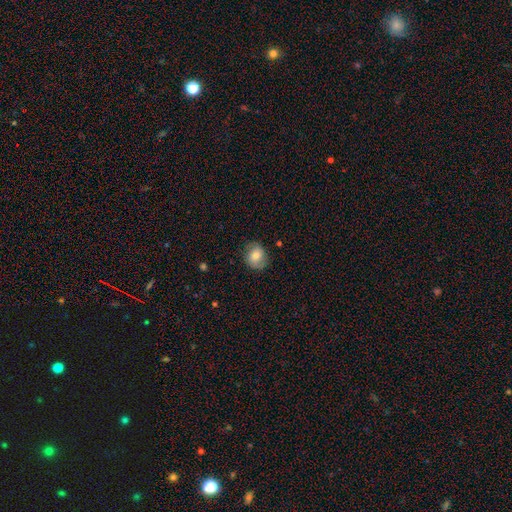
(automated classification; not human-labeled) Overall: smooth (66%). How rounded: round (68%; in between 31%). Merging: none (78%).